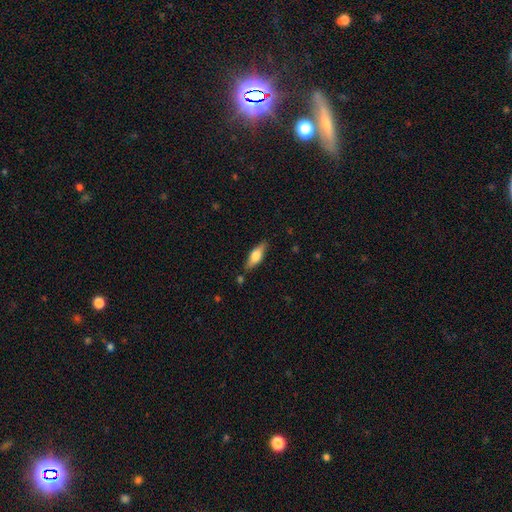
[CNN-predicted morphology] type=smooth (59%); roundness=in between (59%); merging=none (81%).